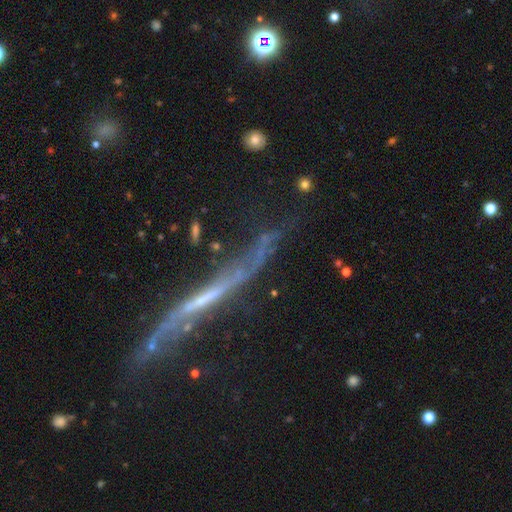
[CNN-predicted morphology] Smooth or featured?
  - featured or disk: 77% *
  - smooth: 13%
  - star or artifact: 10%
Edge-on disk?
  - yes: 71% *
  - no: 29%
Edge-on bulge?
  - none: 74% *
  - rounded: 17%
  - boxy: 9%
Merging?
  - none: 56% *
  - minor disturbance: 24%
  - major disturbance: 14%
  - merger: 5%